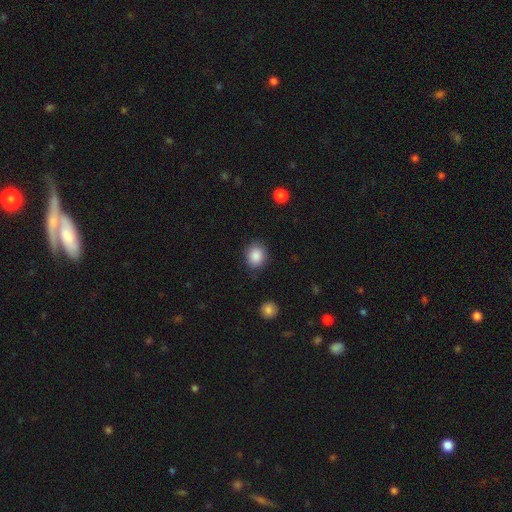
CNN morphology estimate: Smooth or featured?
  - smooth: 88% *
  - star or artifact: 8%
  - featured or disk: 4%
How rounded?
  - round: 65% *
  - in between: 34%
  - cigar-shaped: 1%
Merging?
  - none: 85% *
  - minor disturbance: 10%
  - major disturbance: 3%
  - merger: 2%